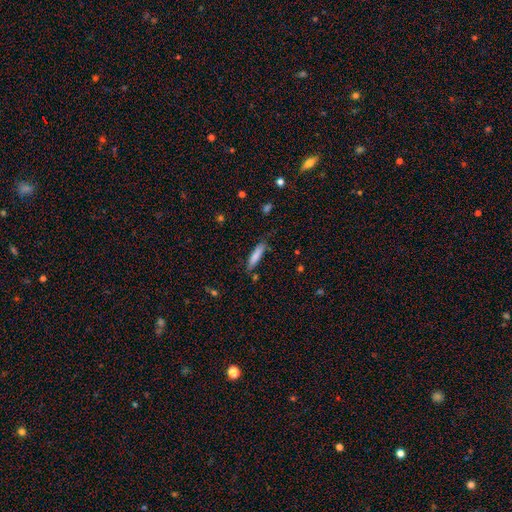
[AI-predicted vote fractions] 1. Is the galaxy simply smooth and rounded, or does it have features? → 80% smooth, 14% featured or disk, 7% star or artifact.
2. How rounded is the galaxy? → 78% cigar-shaped, 21% in between, 1% round.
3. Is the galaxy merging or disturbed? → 74% none, 19% minor disturbance, 4% major disturbance, 3% merger.